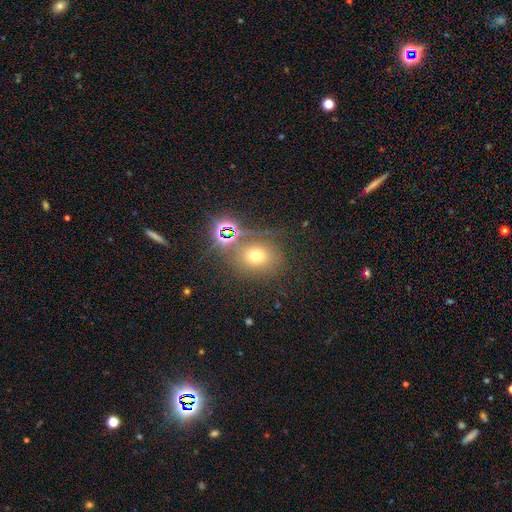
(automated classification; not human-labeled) Smooth or featured?
  - smooth: 58% *
  - star or artifact: 29%
  - featured or disk: 12%
How rounded?
  - round: 65% *
  - in between: 34%
  - cigar-shaped: 1%
Merging?
  - none: 69% *
  - merger: 13%
  - minor disturbance: 12%
  - major disturbance: 7%